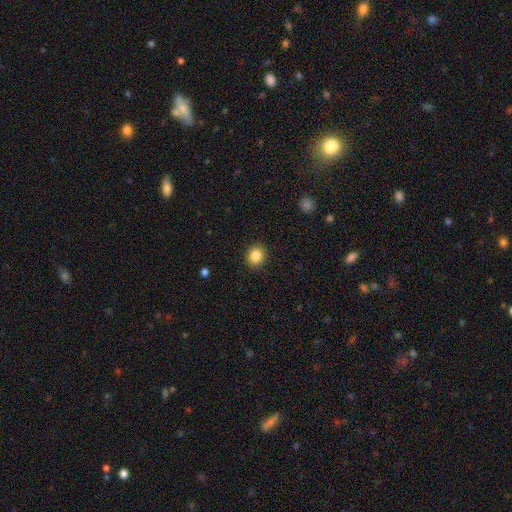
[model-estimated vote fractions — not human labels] Smooth or featured?
  - smooth: 85% *
  - star or artifact: 10%
  - featured or disk: 5%
How rounded?
  - round: 78% *
  - in between: 22%
  - cigar-shaped: 1%
Merging?
  - none: 91% *
  - minor disturbance: 6%
  - major disturbance: 2%
  - merger: 1%